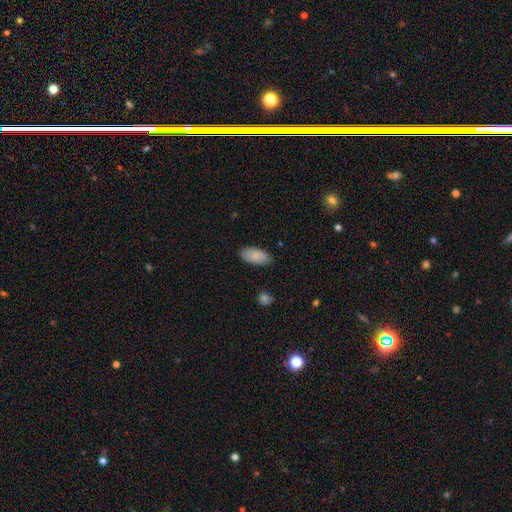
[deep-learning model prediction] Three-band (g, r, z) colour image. It shows a smooth galaxy with no disk features (85%) that is in between round and cigar-shaped (93%). Merging: none (82%).